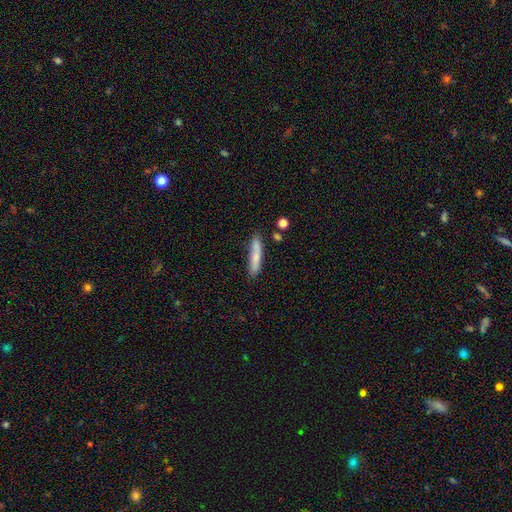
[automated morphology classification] smooth-or-featured: smooth: 73% | featured or disk: 21% | star or artifact: 6%
  how-rounded: cigar-shaped: 89% | in between: 9% | round: 2%
  merging: none: 75% | minor disturbance: 16% | merger: 6% | major disturbance: 3%